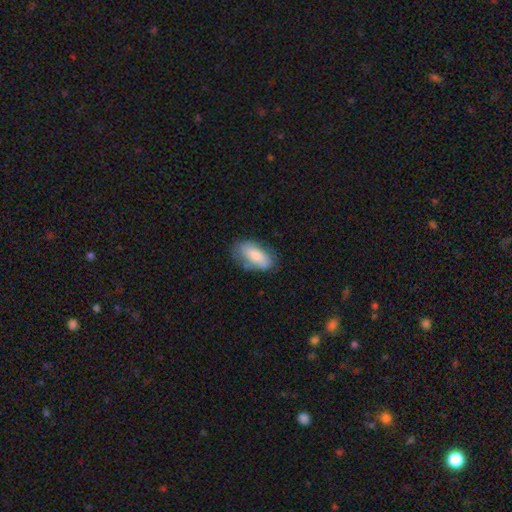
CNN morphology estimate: This is likely a smooth galaxy (73%). How rounded: clearly in between (91%). Merging: likely none (69%).